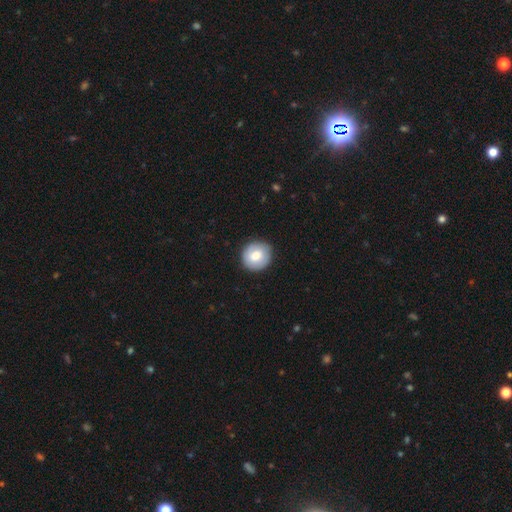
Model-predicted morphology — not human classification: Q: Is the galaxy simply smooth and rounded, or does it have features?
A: smooth — 75%.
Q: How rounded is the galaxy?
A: round — 90%.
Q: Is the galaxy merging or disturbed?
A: none — 89%.